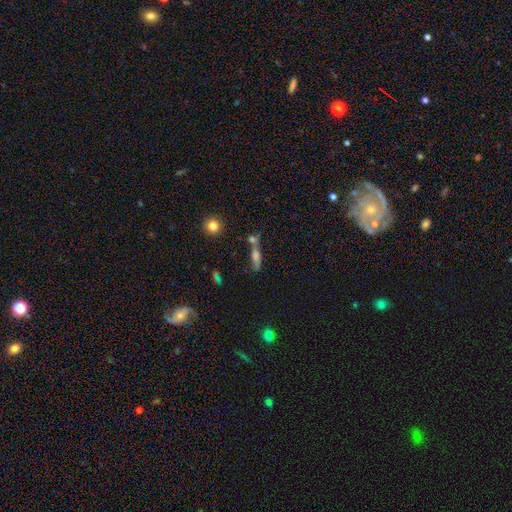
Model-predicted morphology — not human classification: A smooth galaxy with no disk features (47%). Merging: none (57%).